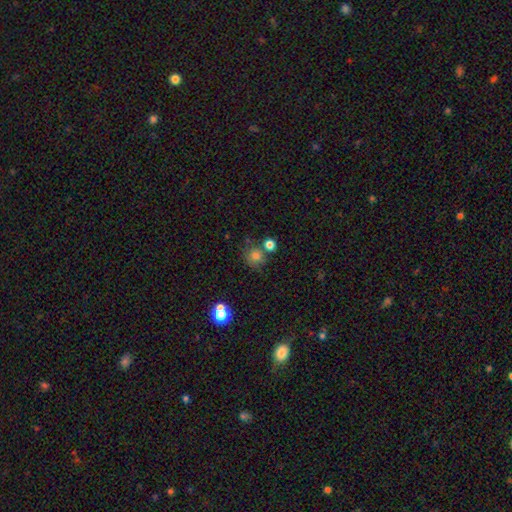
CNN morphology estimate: Q: Smooth or featured?
A: smooth (76%); runner-up: star or artifact (15%)
Q: How rounded?
A: round (87%); runner-up: in between (12%)
Q: Merging?
A: none (64%); runner-up: merger (19%)